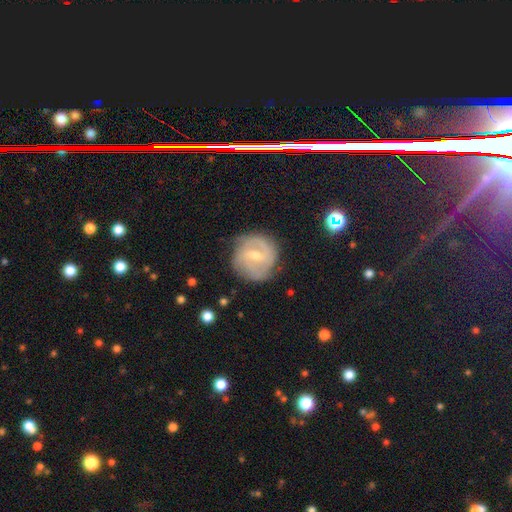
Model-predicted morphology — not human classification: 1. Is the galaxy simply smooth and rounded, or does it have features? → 78% featured or disk, 16% smooth, 6% star or artifact.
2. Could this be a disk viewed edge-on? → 97% no, 3% yes.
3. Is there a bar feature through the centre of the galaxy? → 58% weak, 21% strong, 21% no.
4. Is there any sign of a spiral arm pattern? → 90% yes, 10% no.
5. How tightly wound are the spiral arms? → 46% tight, 40% medium, 13% loose.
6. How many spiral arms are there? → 58% 2, 20% can't tell, 12% 3, 4% 1, 3% 4, 3% more than 4.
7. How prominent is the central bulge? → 49% moderate, 47% small, 2% none, 2% large, 1% dominant.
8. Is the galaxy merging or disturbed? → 74% none, 18% minor disturbance, 6% major disturbance, 2% merger.